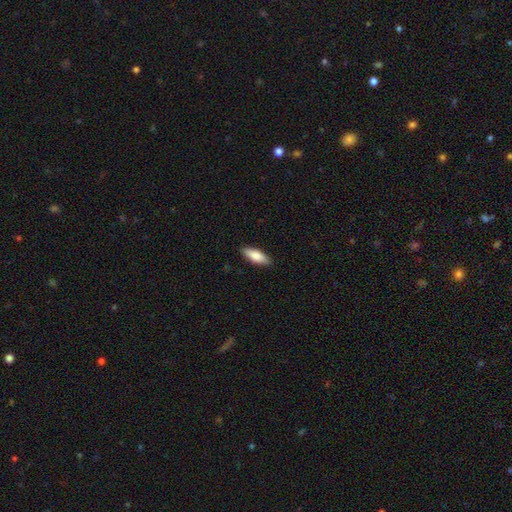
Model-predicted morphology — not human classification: A smooth galaxy with no disk features (82%) that is in between round and cigar-shaped (62%).

Vote fractions:
- Smooth or featured? smooth: 82% / featured or disk: 13% / star or artifact: 6%
- How rounded? in between: 62% / cigar-shaped: 36% / round: 2%
- Merging? none: 89% / minor disturbance: 8% / major disturbance: 2% / merger: 1%